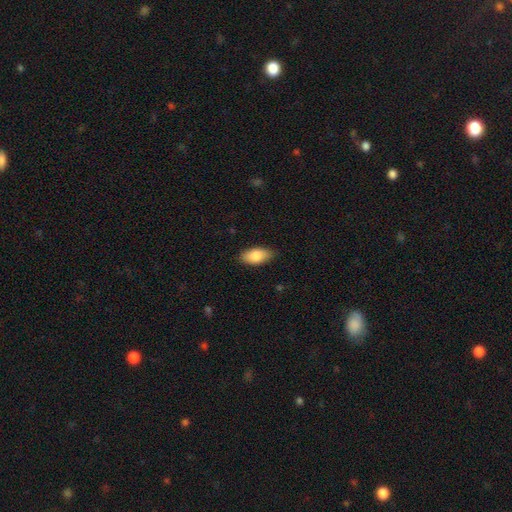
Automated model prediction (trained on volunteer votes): Morphology: type=smooth (85%); roundness=in between (91%); merging=none (84%).